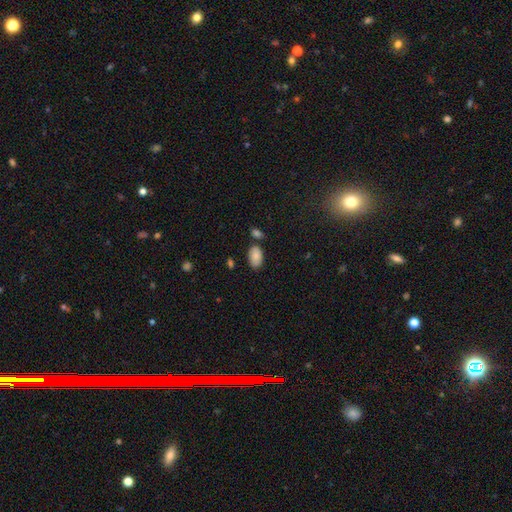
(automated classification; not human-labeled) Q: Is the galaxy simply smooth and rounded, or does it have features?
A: smooth — 87%.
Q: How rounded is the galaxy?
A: in between — 94%.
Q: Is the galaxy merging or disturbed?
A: none — 72%.